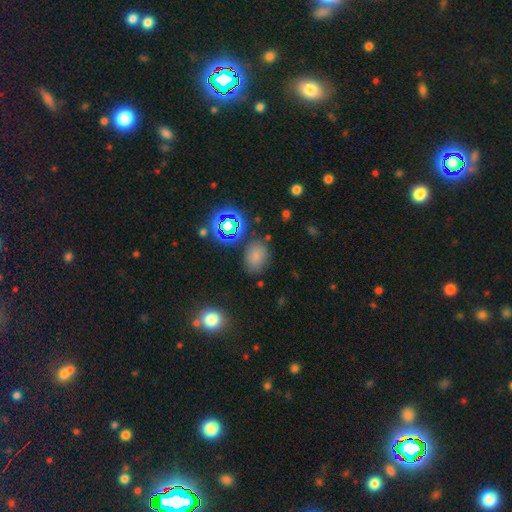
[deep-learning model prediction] Smooth or featured?
  - smooth: 71% *
  - star or artifact: 21%
  - featured or disk: 9%
How rounded?
  - in between: 68% *
  - round: 31%
  - cigar-shaped: 1%
Merging?
  - none: 77% *
  - minor disturbance: 13%
  - merger: 5%
  - major disturbance: 4%